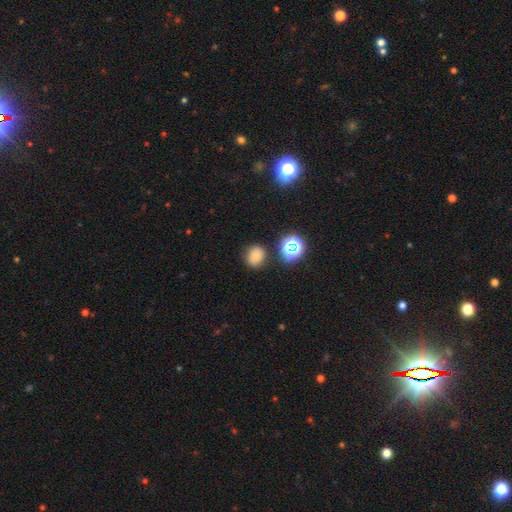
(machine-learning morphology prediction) This appears to be a smooth galaxy with no disk features (71%) that is round (68%). Merging: none (81%).